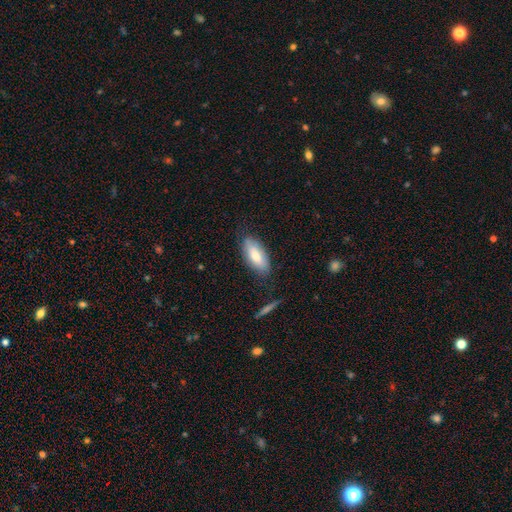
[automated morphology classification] This is likely a smooth galaxy (77%). How rounded: clearly in between (85%). Merging: likely none (75%).